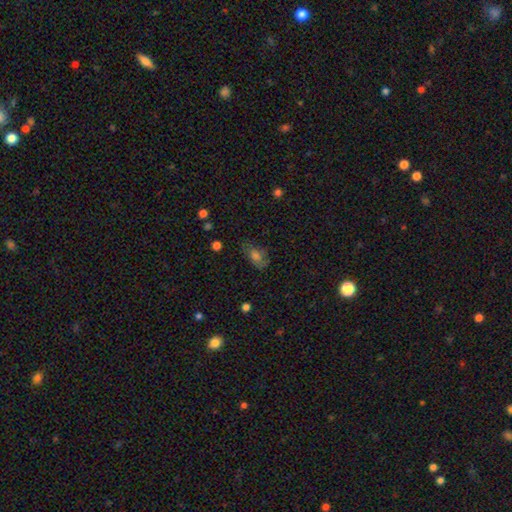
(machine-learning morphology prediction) Smooth or featured? smooth (60%)
How rounded? in between (82%)
Merging? none (66%)